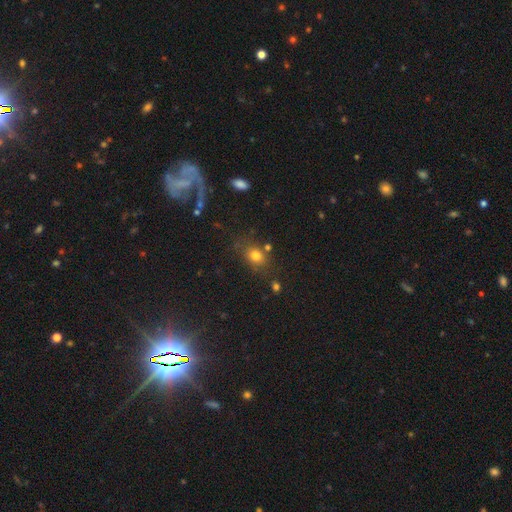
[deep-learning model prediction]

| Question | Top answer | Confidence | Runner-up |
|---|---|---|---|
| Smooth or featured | smooth | 77% | star or artifact (14%) |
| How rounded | in between | 51% | round (47%) |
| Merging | none | 71% | minor disturbance (16%) |